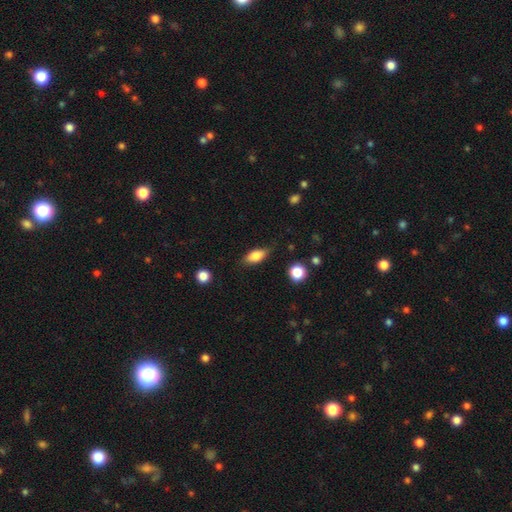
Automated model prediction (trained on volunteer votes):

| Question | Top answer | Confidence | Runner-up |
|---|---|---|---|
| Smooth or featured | smooth | 80% | featured or disk (13%) |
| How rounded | in between | 84% | cigar-shaped (12%) |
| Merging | none | 78% | minor disturbance (16%) |